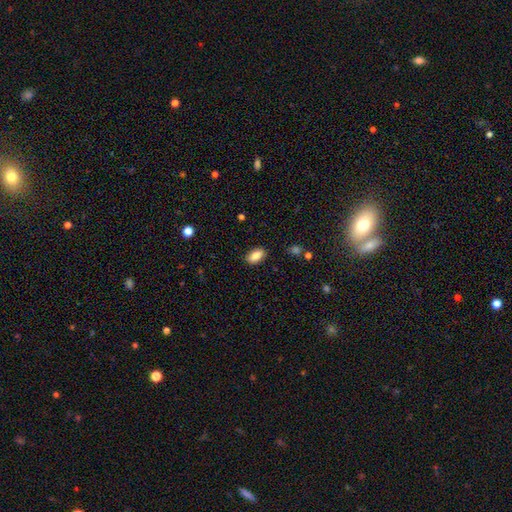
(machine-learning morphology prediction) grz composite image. It shows a smooth galaxy with no disk features (85%) that is in between round and cigar-shaped (91%). Merging: none (87%).